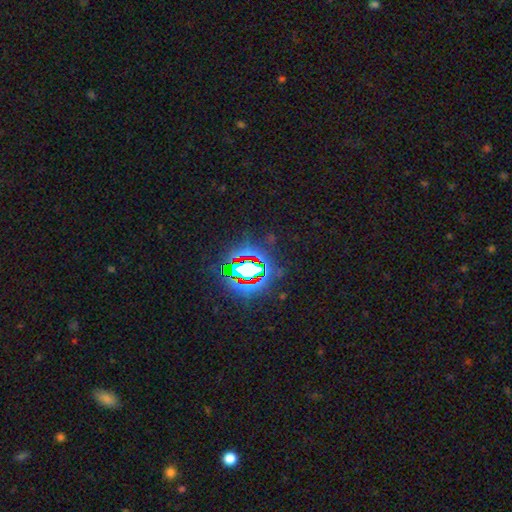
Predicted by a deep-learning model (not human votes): This is clearly a star or artifact rather than a galaxy (83%).